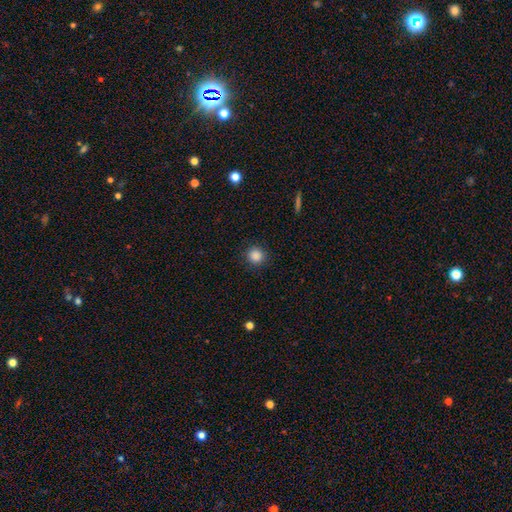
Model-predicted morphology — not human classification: smooth 87%, star or artifact 10%, featured or disk 3%. Down the decision tree: how rounded — round (93%); merging — none (91%).